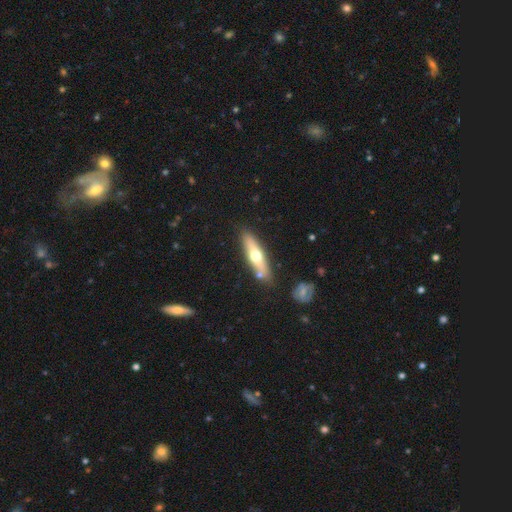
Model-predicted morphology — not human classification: Smooth or featured? Predicted: smooth (p=0.49). Merging? Predicted: none (p=0.81).